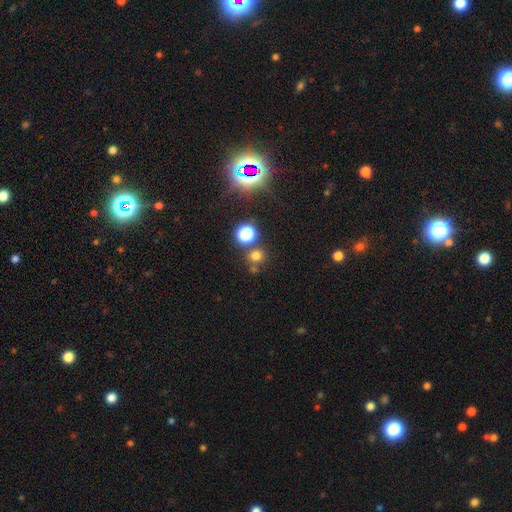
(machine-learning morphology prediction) A smooth galaxy with no disk features (66%) that is round (88%).

Vote fractions:
- Smooth or featured? smooth: 66% / star or artifact: 27% / featured or disk: 7%
- How rounded? round: 88% / in between: 11% / cigar-shaped: 1%
- Merging? none: 72% / merger: 16% / minor disturbance: 8% / major disturbance: 4%